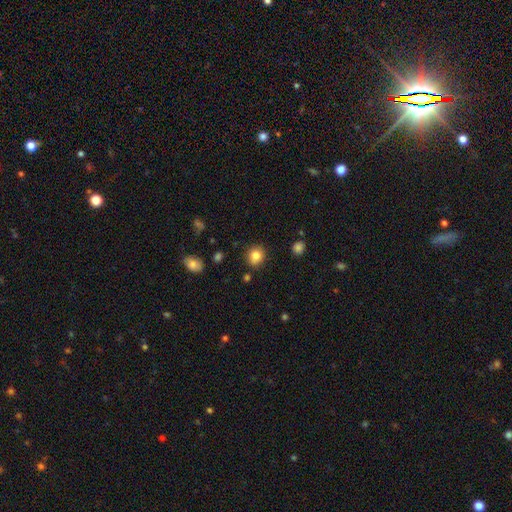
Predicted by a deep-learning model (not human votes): Smooth or featured: smooth — 82% (star or artifact — 11%)
How rounded: round — 82% (in between — 17%)
Merging: none — 85% (minor disturbance — 10%)